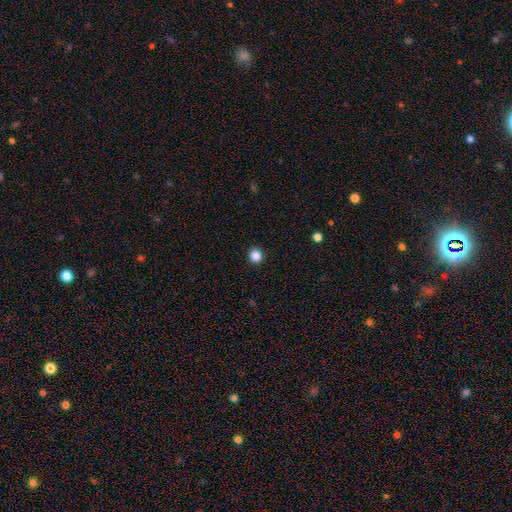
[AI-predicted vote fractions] This appears to be a smooth galaxy with no disk features (86%) that is round (90%). Merging: none (92%).